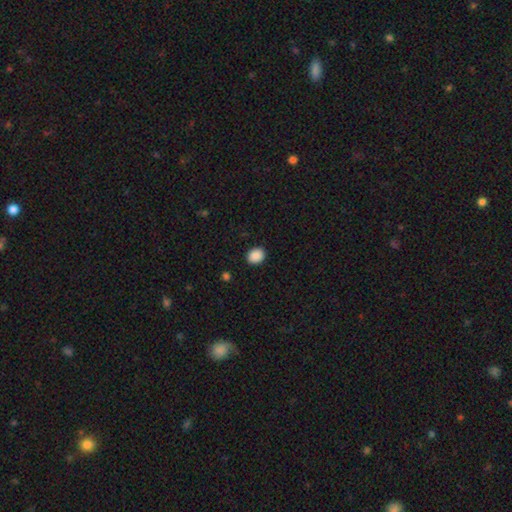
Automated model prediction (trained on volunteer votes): A smooth galaxy with no disk features (89%) that is round (57%). Merging: none (91%).